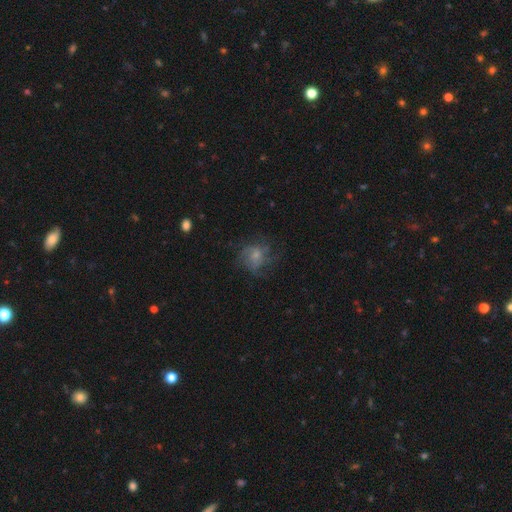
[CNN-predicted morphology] Smooth or featured?
  - featured or disk: 53% *
  - smooth: 34%
  - star or artifact: 13%
Edge-on disk?
  - no: 98% *
  - yes: 2%
Bar?
  - no: 77% *
  - weak: 21%
  - strong: 3%
Spiral arms?
  - yes: 72% *
  - no: 28%
Bulge size?
  - small: 57% *
  - moderate: 29%
  - none: 10%
  - large: 3%
  - dominant: 1%
Merging?
  - none: 54% *
  - major disturbance: 24%
  - minor disturbance: 21%
  - merger: 2%